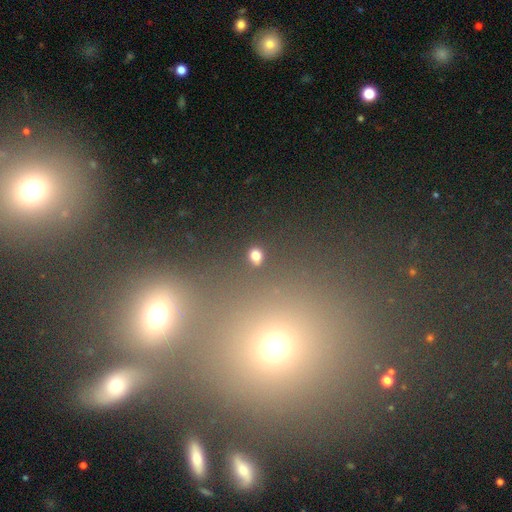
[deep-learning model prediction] Smooth or featured: smooth — 78% (star or artifact — 17%)
How rounded: round — 59% (in between — 39%)
Merging: none — 87% (minor disturbance — 7%)